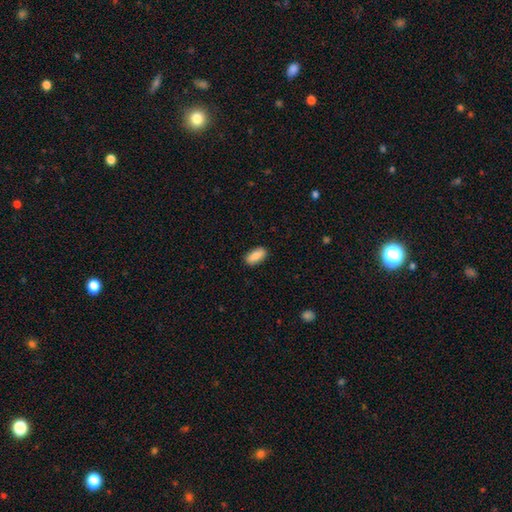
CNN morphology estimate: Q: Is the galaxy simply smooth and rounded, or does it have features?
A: smooth — 89%.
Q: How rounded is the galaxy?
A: in between — 90%.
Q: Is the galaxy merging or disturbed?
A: none — 89%.